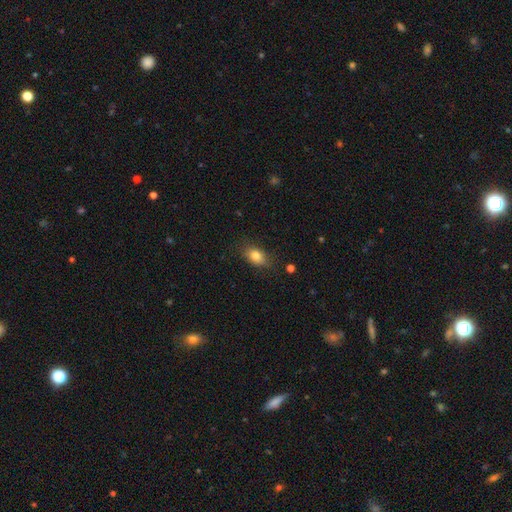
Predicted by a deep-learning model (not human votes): Q: Smooth or featured?
A: smooth (81%); runner-up: featured or disk (9%)
Q: How rounded?
A: in between (79%); runner-up: round (18%)
Q: Merging?
A: none (78%); runner-up: minor disturbance (16%)